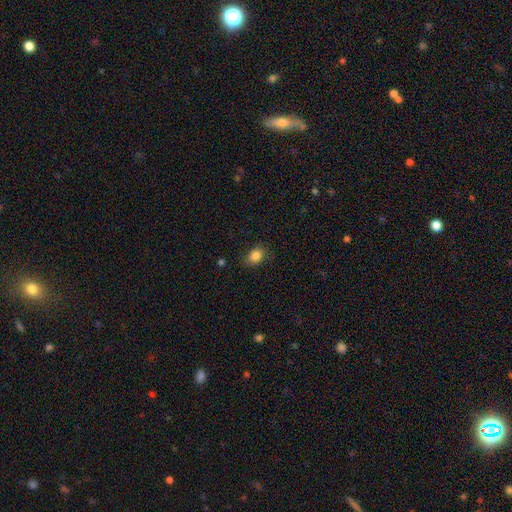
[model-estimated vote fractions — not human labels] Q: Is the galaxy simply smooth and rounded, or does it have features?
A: smooth — 84%.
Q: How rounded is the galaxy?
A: in between — 62%.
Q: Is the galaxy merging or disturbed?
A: none — 79%.